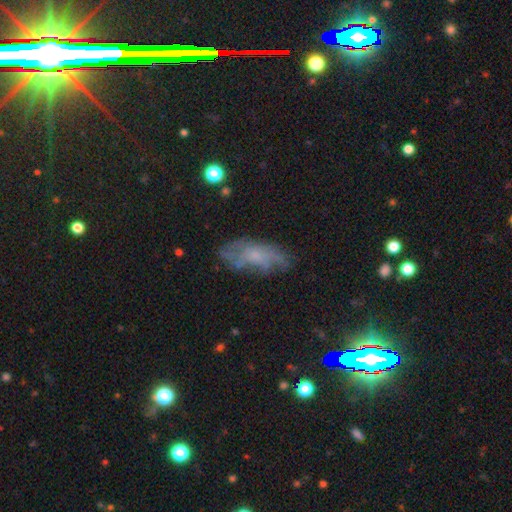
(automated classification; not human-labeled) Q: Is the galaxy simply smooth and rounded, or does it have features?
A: featured or disk — 46%.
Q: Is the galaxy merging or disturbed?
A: none — 60%.